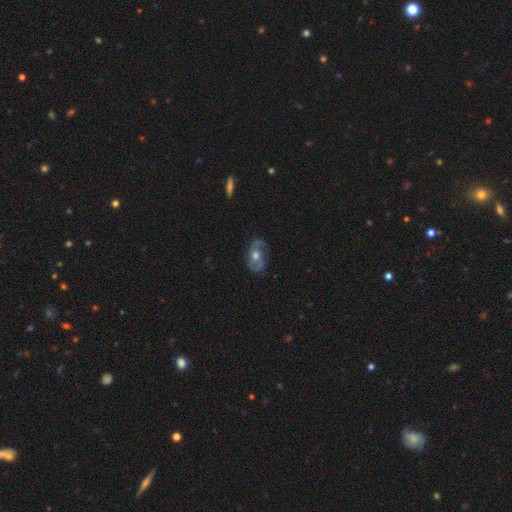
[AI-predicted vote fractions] smooth_or_featured: featured or disk (p=0.77) [alt: smooth p=0.16]
disk_edge_on: no (p=0.95) [alt: yes p=0.05]
bar: no (p=0.69) [alt: weak p=0.24]
has_spiral_arms: yes (p=0.84) [alt: no p=0.16]
spiral_winding: medium (p=0.47) [alt: tight p=0.28]
spiral_arm_count: 2 (p=0.76) [alt: can't tell p=0.12]
bulge_size: moderate (p=0.74) [alt: small p=0.15]
merging: none (p=0.72) [alt: minor disturbance p=0.19]